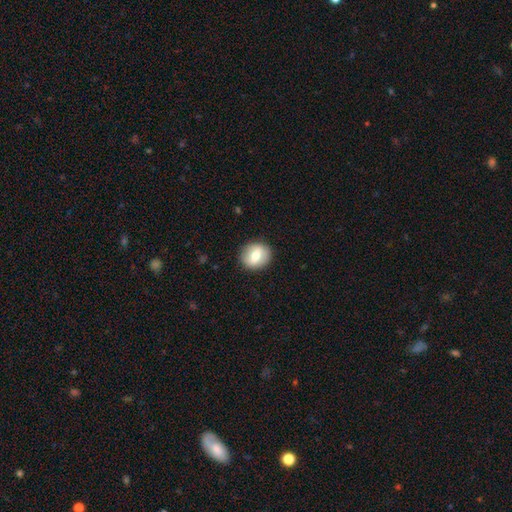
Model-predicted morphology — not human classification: A smooth galaxy with no disk features (64%) that is round (76%).

Vote fractions:
- Smooth or featured? smooth: 64% / featured or disk: 28% / star or artifact: 8%
- How rounded? round: 76% / in between: 23% / cigar-shaped: 1%
- Merging? none: 89% / minor disturbance: 8% / major disturbance: 2% / merger: 1%